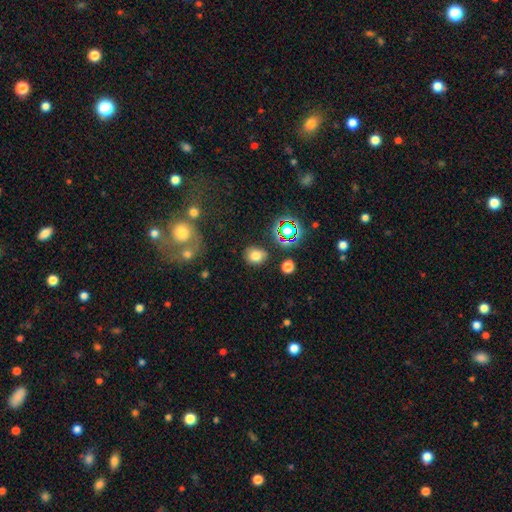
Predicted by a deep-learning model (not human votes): A smooth galaxy with no disk features (74%) that is round (58%).

Vote fractions:
- Smooth or featured? smooth: 74% / star or artifact: 17% / featured or disk: 9%
- How rounded? round: 58% / in between: 41% / cigar-shaped: 1%
- Merging? none: 79% / minor disturbance: 12% / merger: 5% / major disturbance: 4%